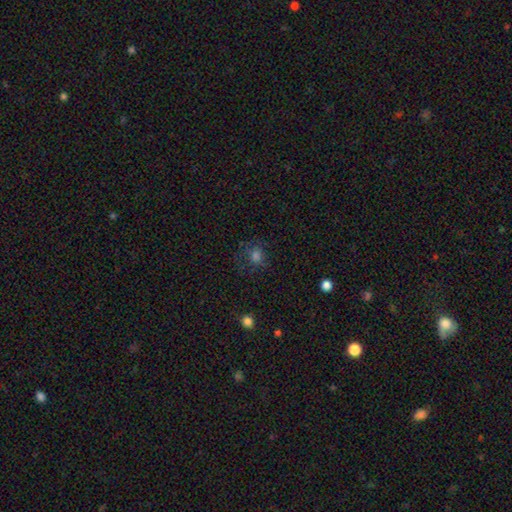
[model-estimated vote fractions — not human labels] A smooth galaxy with no disk features (68%) that is round (72%).

Vote fractions:
- Smooth or featured? smooth: 68% / star or artifact: 22% / featured or disk: 10%
- How rounded? round: 72% / in between: 27% / cigar-shaped: 1%
- Merging? none: 68% / minor disturbance: 18% / major disturbance: 12% / merger: 2%